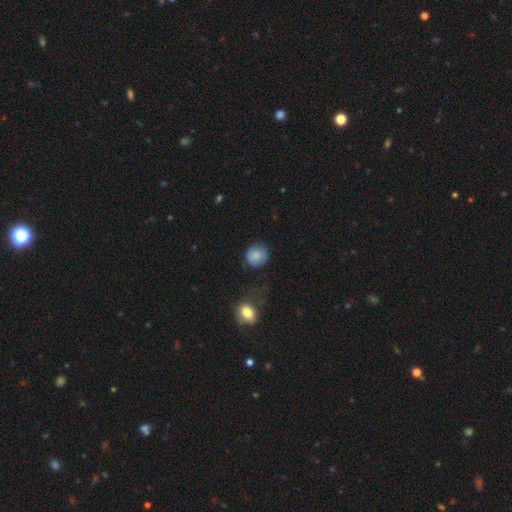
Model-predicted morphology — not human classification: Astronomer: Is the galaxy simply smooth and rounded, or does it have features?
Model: smooth — 83%.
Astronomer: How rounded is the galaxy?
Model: round — 86%.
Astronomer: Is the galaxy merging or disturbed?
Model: none — 76%.